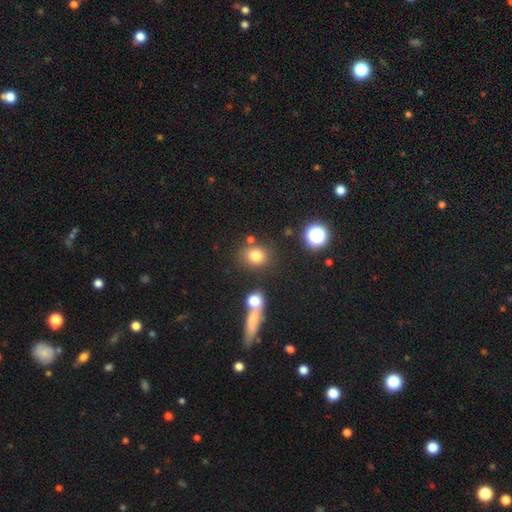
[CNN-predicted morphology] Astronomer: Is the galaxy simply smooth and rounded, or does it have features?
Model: smooth — 77%.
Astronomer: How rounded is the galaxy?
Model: round — 72%.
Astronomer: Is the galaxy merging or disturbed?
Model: none — 74%.